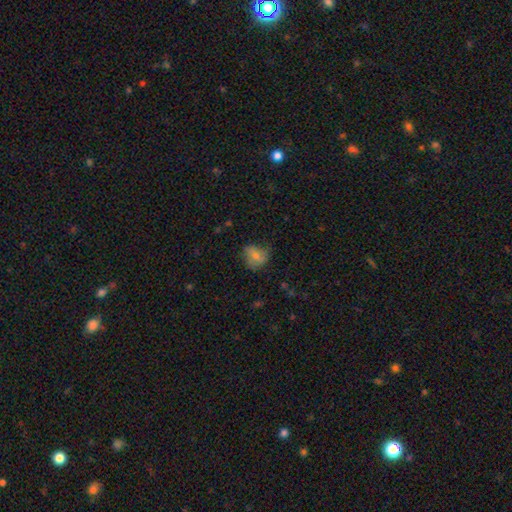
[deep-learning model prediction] Morphology: type=smooth (61%); roundness=round (62%); merging=none (59%).